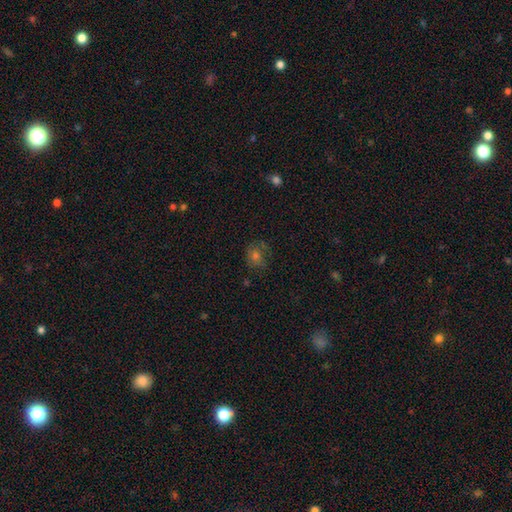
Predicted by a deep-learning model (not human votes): Smooth or featured? smooth (48%)
Merging? none (68%)